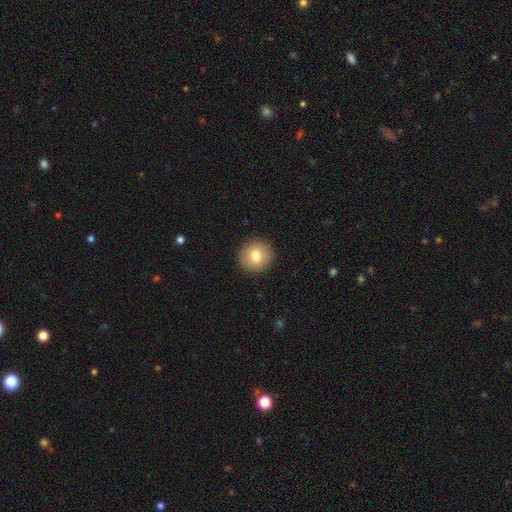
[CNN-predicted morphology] Overall: smooth (78%). How rounded: round (90%). Merging: none (92%).